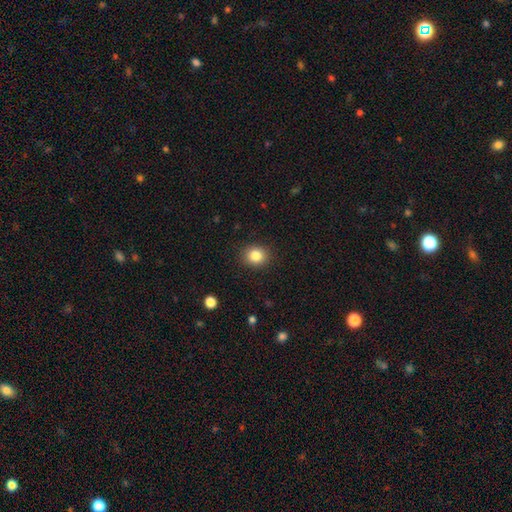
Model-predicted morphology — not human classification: This appears to be a smooth galaxy with no disk features (84%) that is round (74%). Merging: none (89%).